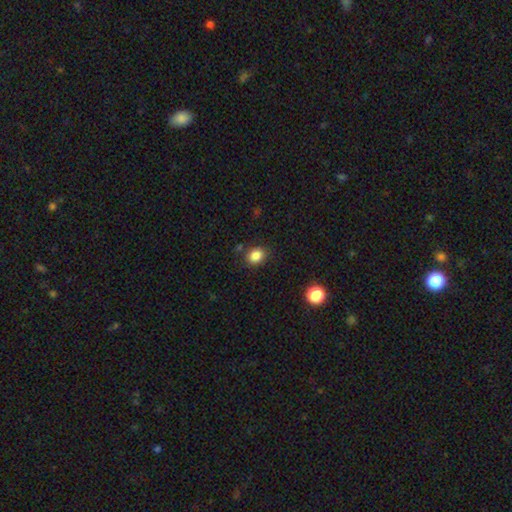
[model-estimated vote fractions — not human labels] smooth-or-featured: smooth: 85% | star or artifact: 11% | featured or disk: 5%
  how-rounded: round: 59% | in between: 40% | cigar-shaped: 1%
  merging: none: 83% | minor disturbance: 11% | merger: 3% | major disturbance: 3%